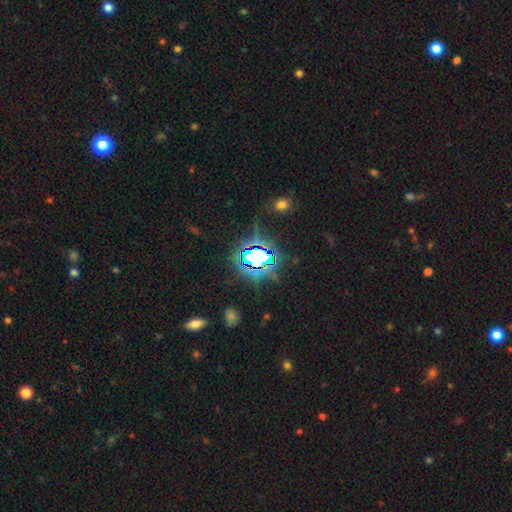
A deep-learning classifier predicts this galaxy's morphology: type=star or artifact (76%).